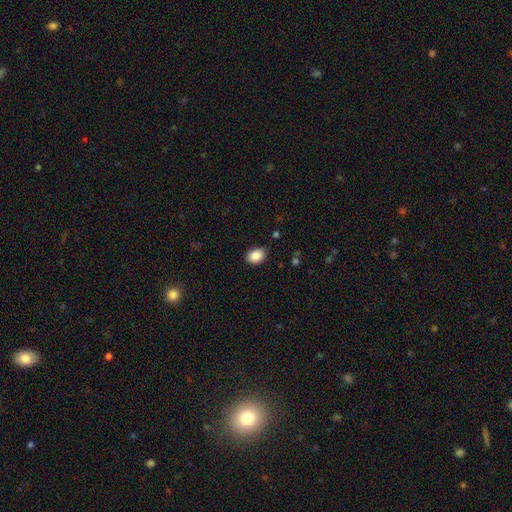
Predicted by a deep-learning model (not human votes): A smooth galaxy with no disk features (88%) that is in between round and cigar-shaped (73%). Merging: none (81%).